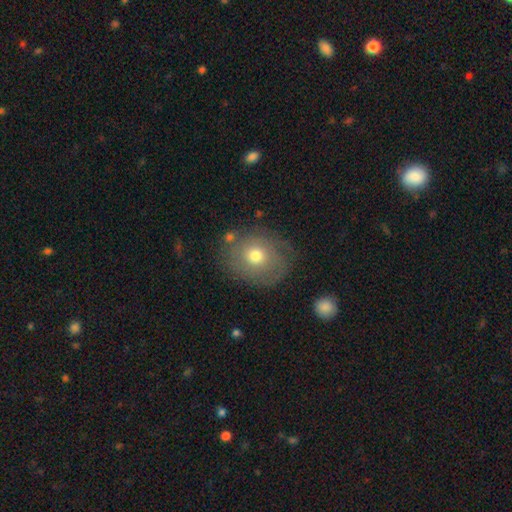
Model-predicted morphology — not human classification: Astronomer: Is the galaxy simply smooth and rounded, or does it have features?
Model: smooth — 63%.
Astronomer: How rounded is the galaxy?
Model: round — 56% (runner-up: in between, 43%).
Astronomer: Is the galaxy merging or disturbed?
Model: none — 74%.